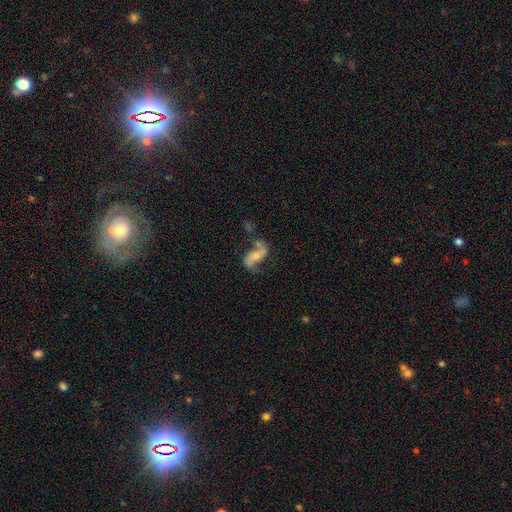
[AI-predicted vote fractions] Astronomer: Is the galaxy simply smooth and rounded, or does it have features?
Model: featured or disk — 69%.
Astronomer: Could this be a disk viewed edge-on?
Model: no — 94%.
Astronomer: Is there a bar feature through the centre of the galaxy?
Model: no — 46% (runner-up: weak, 33%).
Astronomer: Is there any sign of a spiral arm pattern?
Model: yes — 85%.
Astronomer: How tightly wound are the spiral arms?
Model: loose — 73%.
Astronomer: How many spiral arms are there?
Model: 2 — 89%.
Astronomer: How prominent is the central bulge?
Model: moderate — 51% (runner-up: small, 34%).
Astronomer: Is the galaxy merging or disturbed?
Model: none — 47%.